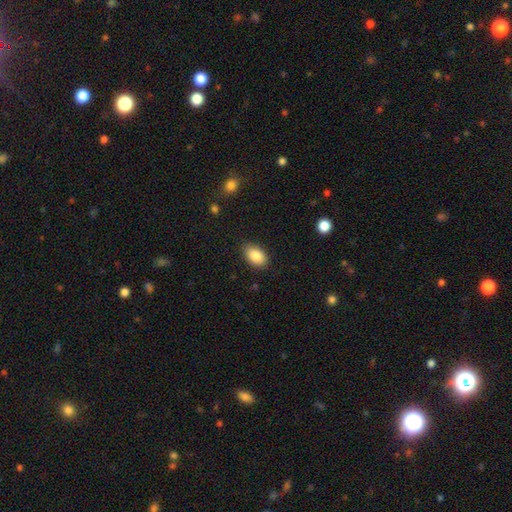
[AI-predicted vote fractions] Morphology: type=smooth (86%); roundness=in between (90%); merging=none (85%).